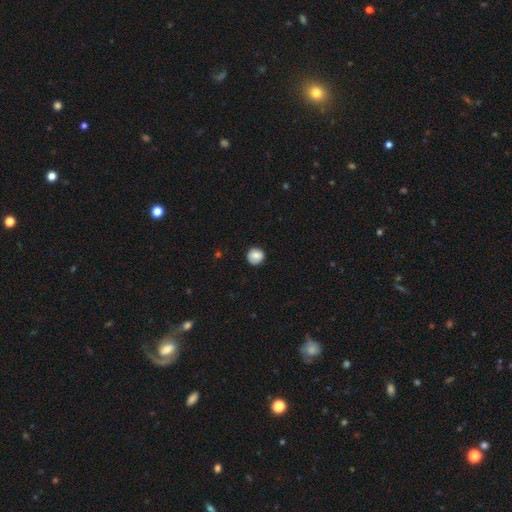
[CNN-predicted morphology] Smooth or featured? smooth (83%)
How rounded? round (93%)
Merging? none (86%)